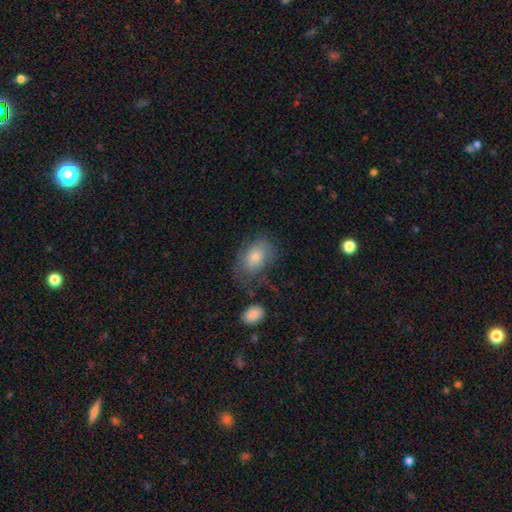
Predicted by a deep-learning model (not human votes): A smooth galaxy with no disk features (67%) that is in between round and cigar-shaped (81%). Merging: none (53%).